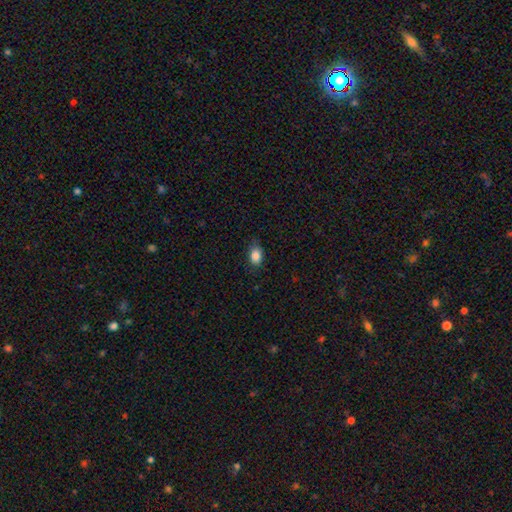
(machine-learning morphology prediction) Smooth or featured? Predicted: smooth (p=0.86). How rounded? Predicted: in between (p=0.82). Merging? Predicted: none (p=0.77).